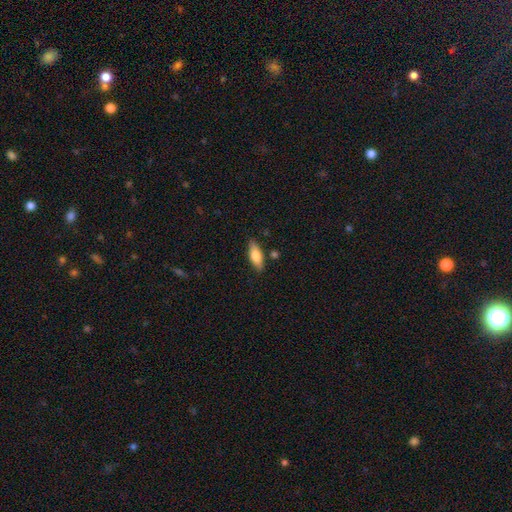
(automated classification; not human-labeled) smooth-or-featured: smooth: 72% | featured or disk: 22% | star or artifact: 6%
  how-rounded: in between: 68% | cigar-shaped: 30% | round: 3%
  merging: none: 83% | minor disturbance: 11% | merger: 3% | major disturbance: 2%